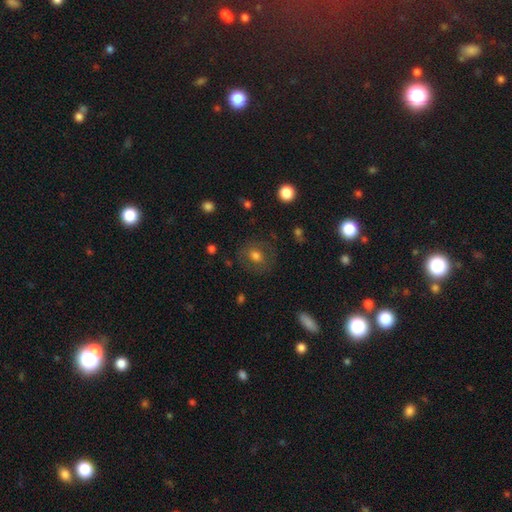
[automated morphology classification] A smooth galaxy with no disk features (66%) that is round (70%).

Vote fractions:
- Smooth or featured? smooth: 66% / featured or disk: 23% / star or artifact: 11%
- How rounded? round: 70% / in between: 29% / cigar-shaped: 1%
- Merging? none: 76% / minor disturbance: 14% / major disturbance: 8% / merger: 2%